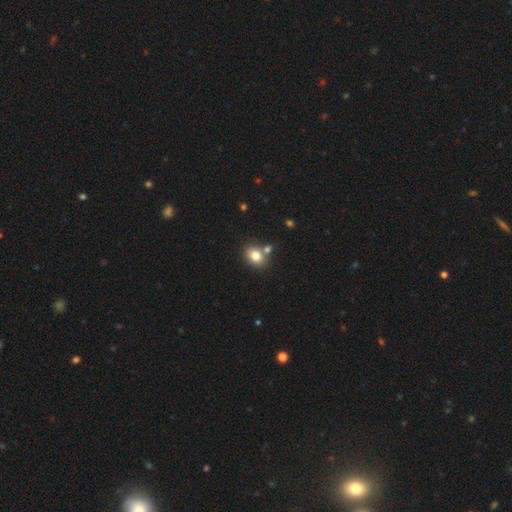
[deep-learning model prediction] smooth-or-featured: smooth: 80% | star or artifact: 10% | featured or disk: 10%
  how-rounded: in between: 51% | round: 48% | cigar-shaped: 1%
  merging: none: 64% | merger: 21% | minor disturbance: 11% | major disturbance: 3%